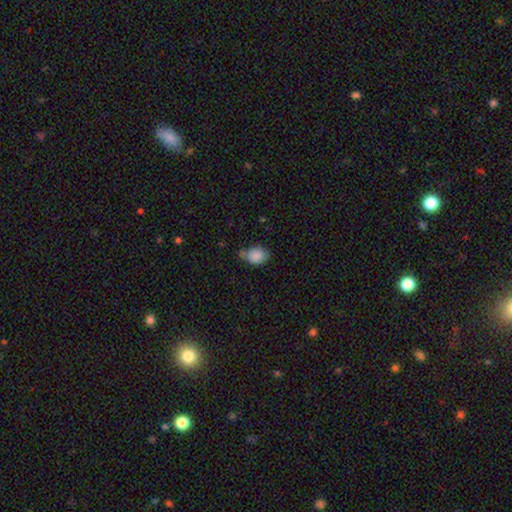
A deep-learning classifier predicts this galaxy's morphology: type=smooth (86%); roundness=in between (61%); merging=none (52%).